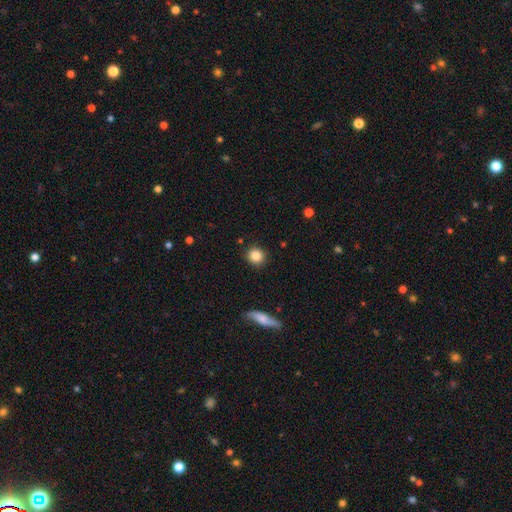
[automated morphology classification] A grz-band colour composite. It shows a smooth galaxy with no disk features (86%) that is round (89%). Merging: none (90%).